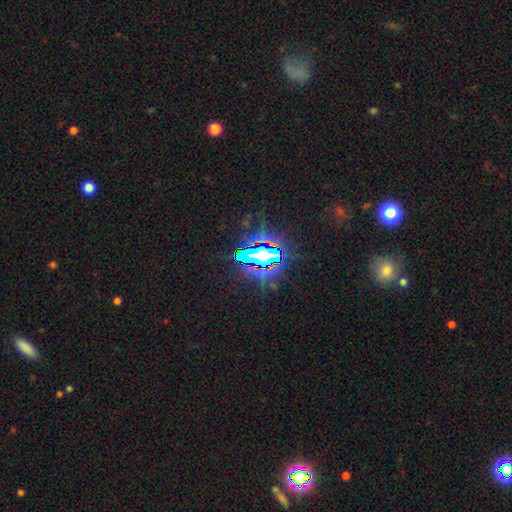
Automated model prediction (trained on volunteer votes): Smooth or featured?
  - star or artifact: 72% *
  - smooth: 15%
  - featured or disk: 14%